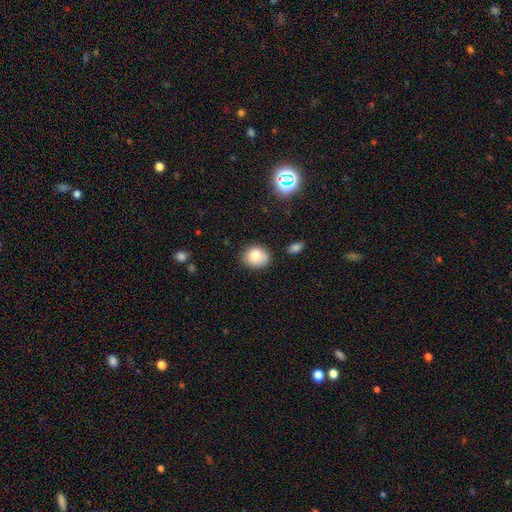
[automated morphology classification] type=smooth (82%); roundness=round (64%); merging=none (73%).